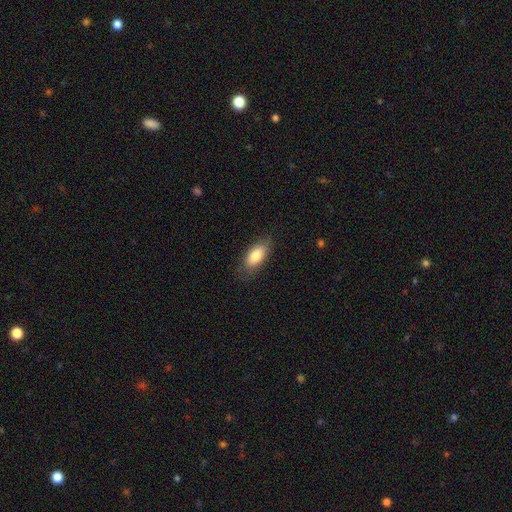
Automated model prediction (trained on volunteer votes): This appears to be a smooth galaxy with no disk features (82%) that is in between round and cigar-shaped (86%). Merging: none (80%).